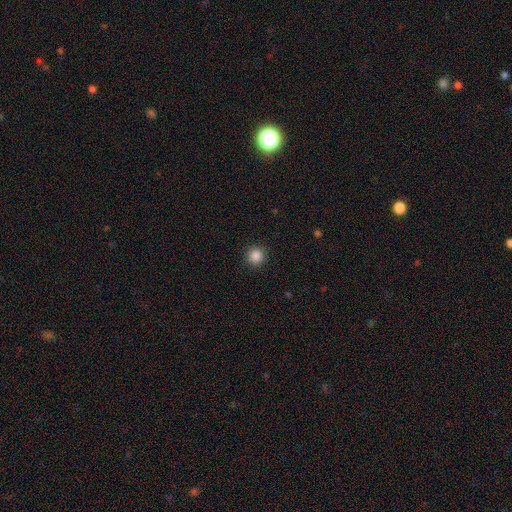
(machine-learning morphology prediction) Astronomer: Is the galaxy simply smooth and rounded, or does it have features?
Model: smooth — 86%.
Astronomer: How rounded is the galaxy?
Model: round — 94%.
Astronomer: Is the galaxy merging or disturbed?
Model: none — 92%.